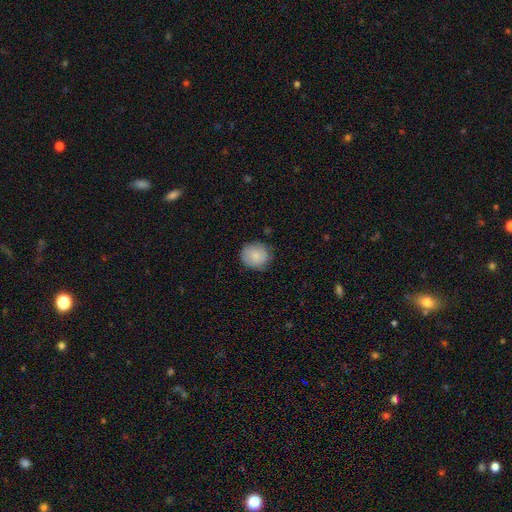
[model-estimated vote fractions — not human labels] A smooth galaxy with no disk features (84%) that is round (82%).

Vote fractions:
- Smooth or featured? smooth: 84% / featured or disk: 9% / star or artifact: 7%
- How rounded? round: 82% / in between: 17% / cigar-shaped: 1%
- Merging? none: 80% / minor disturbance: 15% / major disturbance: 3% / merger: 1%